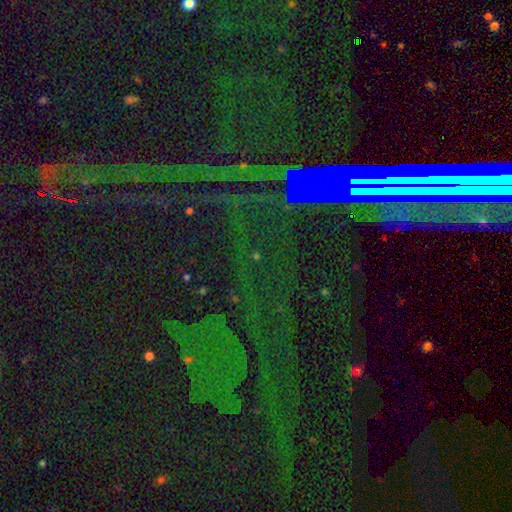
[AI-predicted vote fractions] Overall: star or artifact (82%).